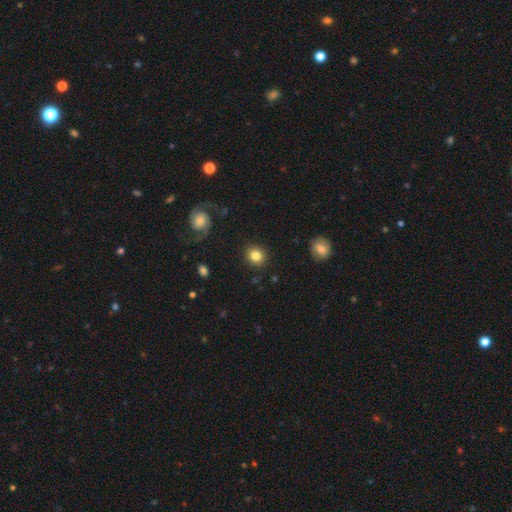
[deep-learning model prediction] Smooth or featured? smooth (83%)
How rounded? round (85%)
Merging? none (90%)